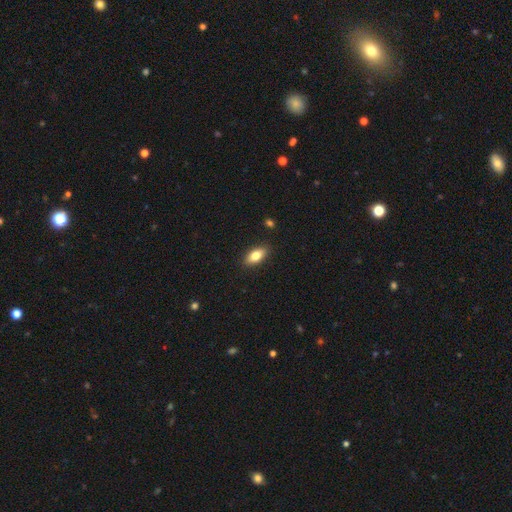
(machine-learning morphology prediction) Smooth or featured? Predicted: smooth (p=0.79). How rounded? Predicted: in between (p=0.86). Merging? Predicted: none (p=0.88).